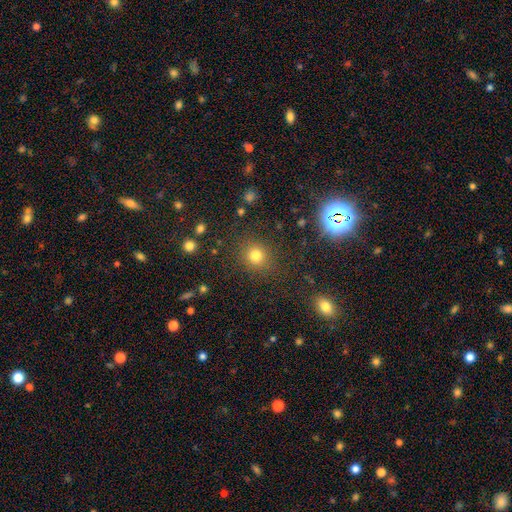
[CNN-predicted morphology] Smooth or featured? smooth (77%)
How rounded? round (89%)
Merging? none (86%)